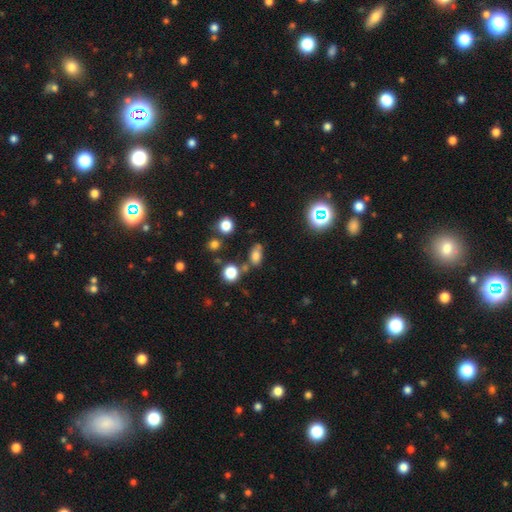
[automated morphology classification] Smooth or featured?
  - smooth: 72% *
  - star or artifact: 17%
  - featured or disk: 11%
How rounded?
  - in between: 82% *
  - round: 14%
  - cigar-shaped: 4%
Merging?
  - none: 62% *
  - minor disturbance: 20%
  - merger: 12%
  - major disturbance: 6%